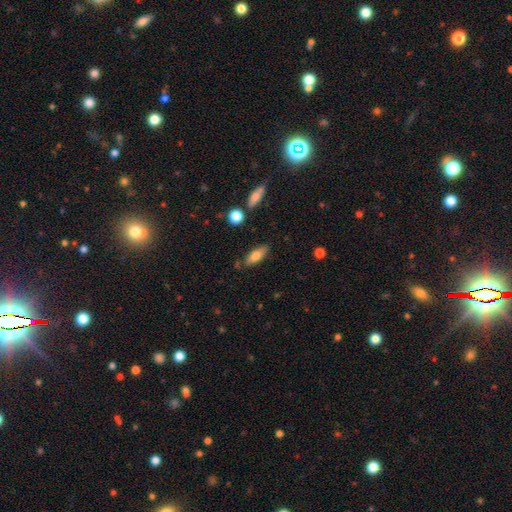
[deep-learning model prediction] Overall: smooth (73%). How rounded: in between (69%). Merging: none (78%).